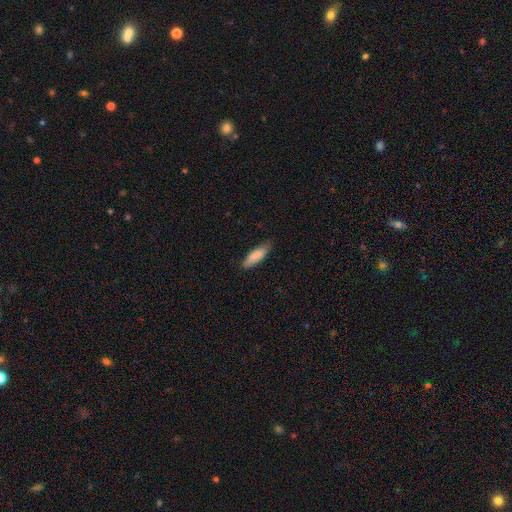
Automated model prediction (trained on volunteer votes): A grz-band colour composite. It shows a smooth galaxy with no disk features (85%) that is cigar-shaped (54%). Merging: none (78%).